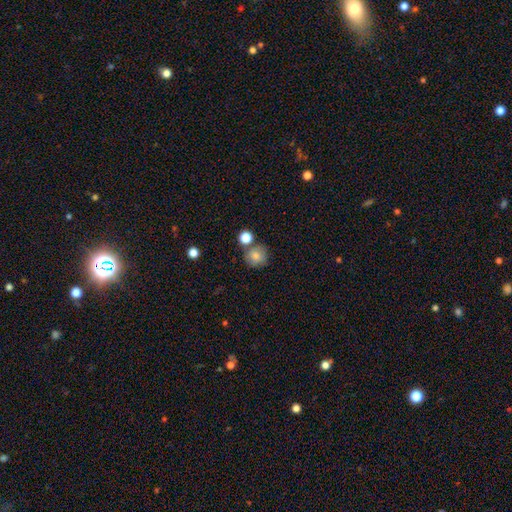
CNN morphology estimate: type=smooth (79%); roundness=round (90%); merging=none (66%).